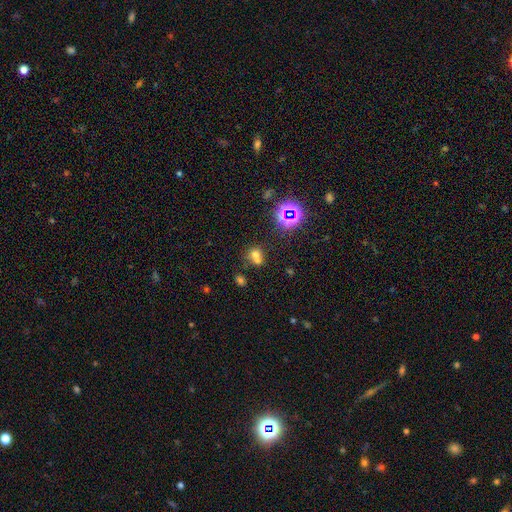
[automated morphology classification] smooth-or-featured: smooth: 59% | star or artifact: 26% | featured or disk: 15%
  how-rounded: round: 72% | in between: 27% | cigar-shaped: 1%
  merging: merger: 51% | none: 38% | minor disturbance: 8% | major disturbance: 4%